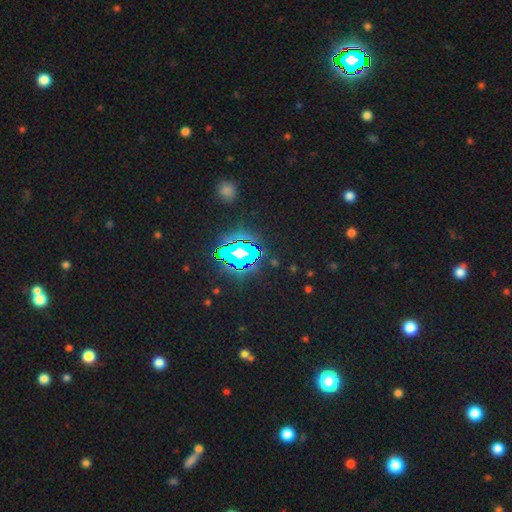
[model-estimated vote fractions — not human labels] Q: Smooth or featured?
A: star or artifact (81%); runner-up: smooth (12%)